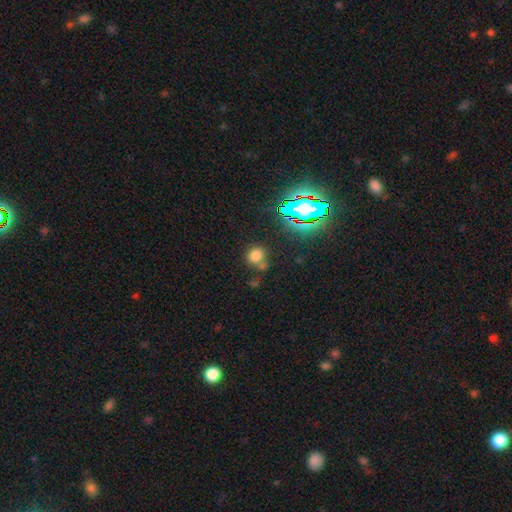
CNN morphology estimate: Overall: smooth (71%). How rounded: round (73%). Merging: none (61%).